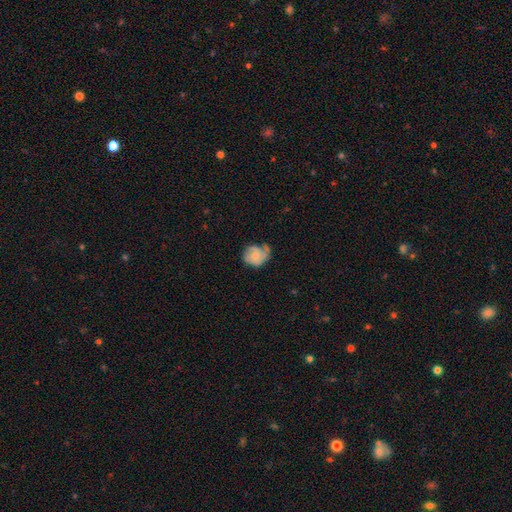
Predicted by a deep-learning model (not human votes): Morphology: type=featured or disk (48%); merging=none (42%).